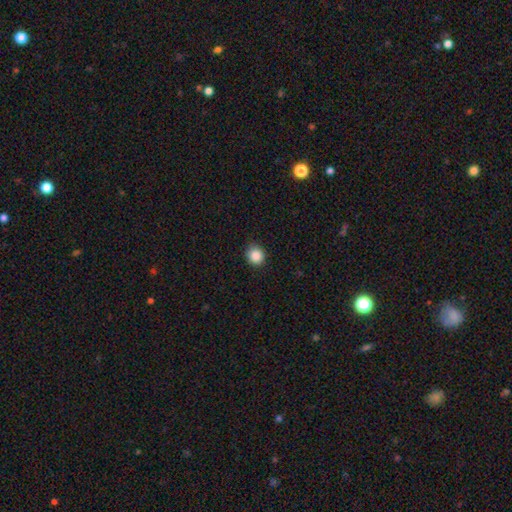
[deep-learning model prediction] Smooth or featured: smooth — 88% (star or artifact — 9%)
How rounded: round — 79% (in between — 20%)
Merging: none — 86% (minor disturbance — 10%)